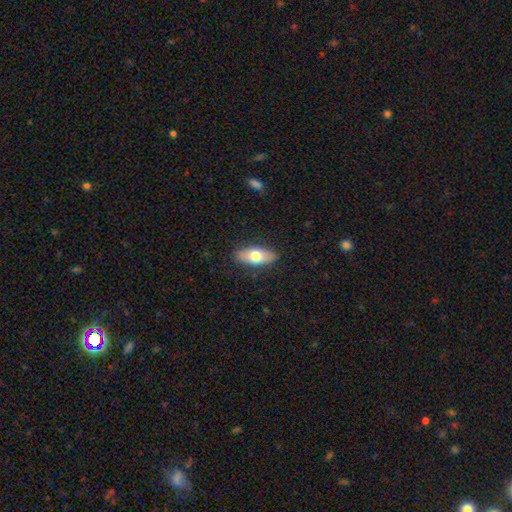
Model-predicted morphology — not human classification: A smooth galaxy with no disk features (68%) that is in between round and cigar-shaped (81%). Merging: none (87%).